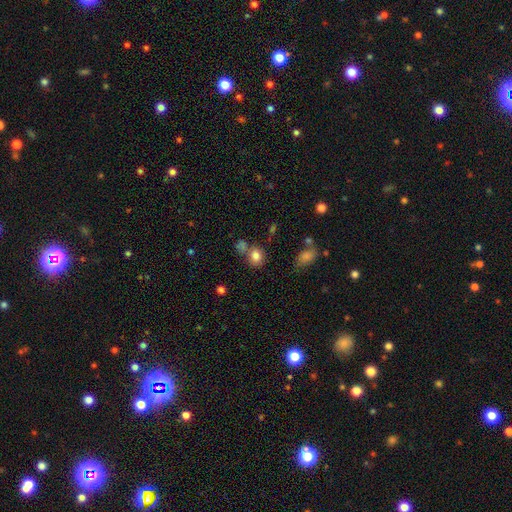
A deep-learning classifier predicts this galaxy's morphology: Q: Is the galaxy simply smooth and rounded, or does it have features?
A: smooth — 80%.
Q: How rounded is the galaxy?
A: round — 65%.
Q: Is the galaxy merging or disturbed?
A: none — 62%.